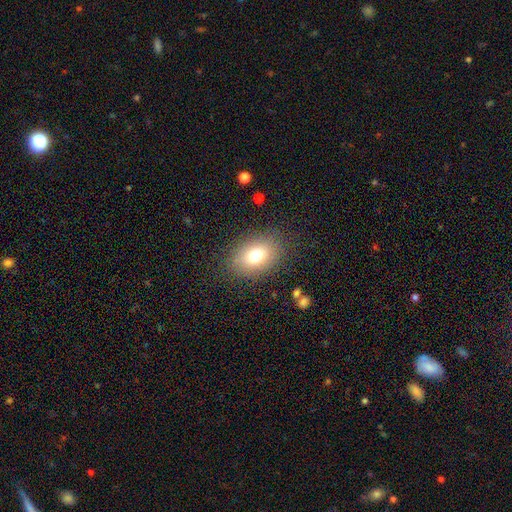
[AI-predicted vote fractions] This appears to be a smooth galaxy with no disk features (74%) that is in between round and cigar-shaped (77%). Merging: none (83%).